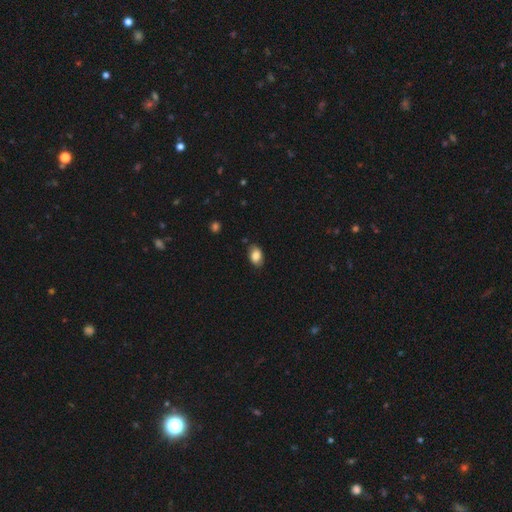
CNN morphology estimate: smooth_or_featured: smooth (p=0.85) [alt: star or artifact p=0.08]
how_rounded: in between (p=0.86) [alt: round p=0.12]
merging: none (p=0.83) [alt: minor disturbance p=0.13]